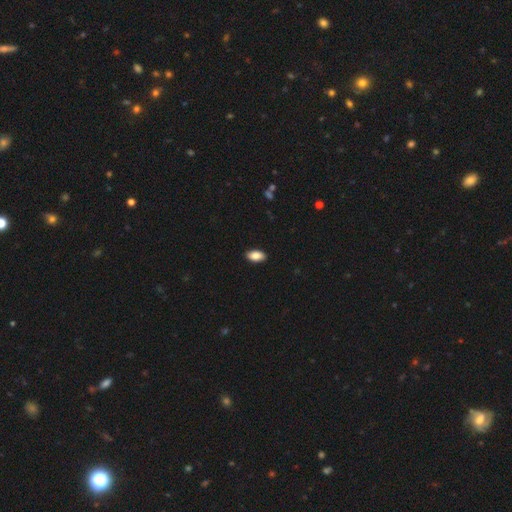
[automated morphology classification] The model was most divided on "smooth or featured": smooth: 88%, star or artifact: 7%, featured or disk: 5%. More confident: how rounded — in between (93%); merging — none (90%).